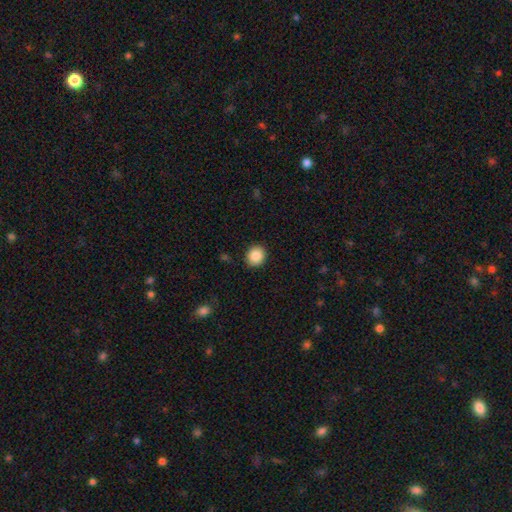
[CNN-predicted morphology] Overall: smooth (87%). How rounded: round (84%). Merging: none (90%).